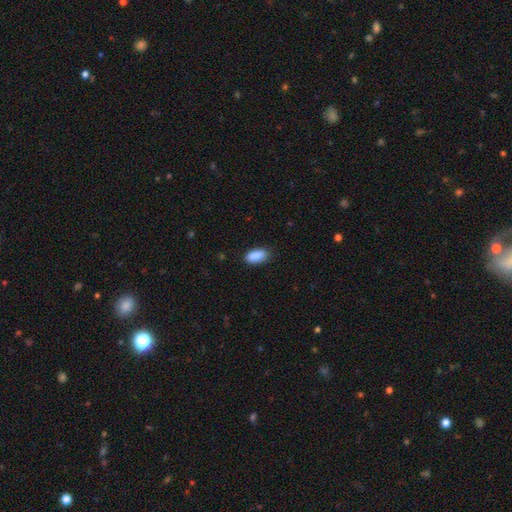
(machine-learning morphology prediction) This is clearly a smooth galaxy (89%). How rounded: clearly in between (88%). Merging: clearly none (80%).